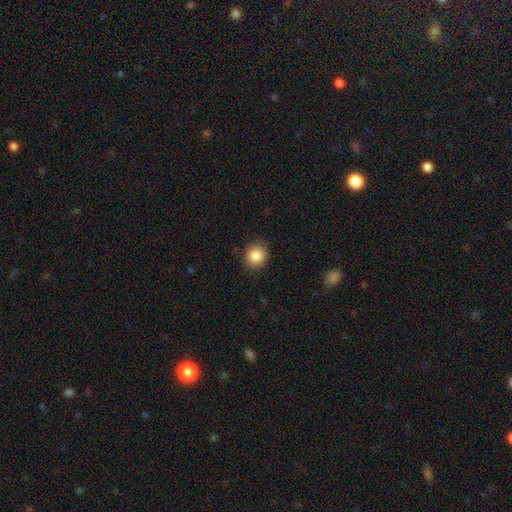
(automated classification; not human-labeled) smooth-or-featured: smooth: 87% | star or artifact: 9% | featured or disk: 4%
  how-rounded: round: 81% | in between: 18% | cigar-shaped: 1%
  merging: none: 88% | minor disturbance: 9% | major disturbance: 2% | merger: 1%